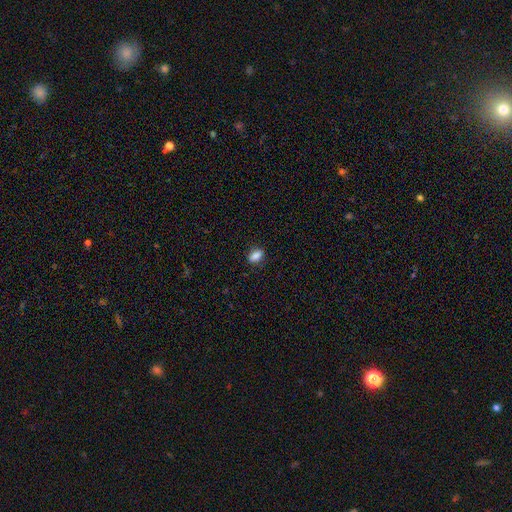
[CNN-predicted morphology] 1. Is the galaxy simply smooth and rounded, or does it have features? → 85% smooth, 9% star or artifact, 6% featured or disk.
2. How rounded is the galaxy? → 83% in between, 11% round, 6% cigar-shaped.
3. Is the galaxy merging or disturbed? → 85% none, 11% minor disturbance, 3% major disturbance, 1% merger.